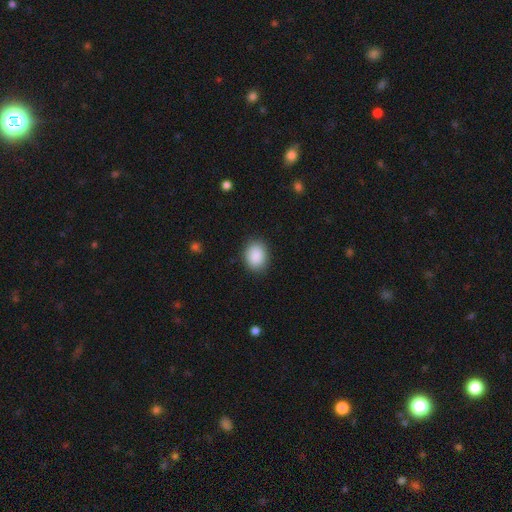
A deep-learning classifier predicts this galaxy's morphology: Q: Smooth or featured?
A: smooth (89%); runner-up: star or artifact (7%)
Q: How rounded?
A: in between (59%); runner-up: round (40%)
Q: Merging?
A: none (87%); runner-up: minor disturbance (9%)